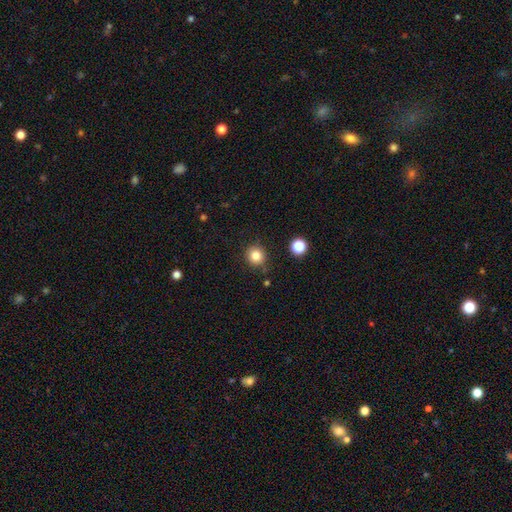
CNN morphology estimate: Smooth or featured? Predicted: smooth (p=0.83). How rounded? Predicted: round (p=0.91). Merging? Predicted: none (p=0.86).